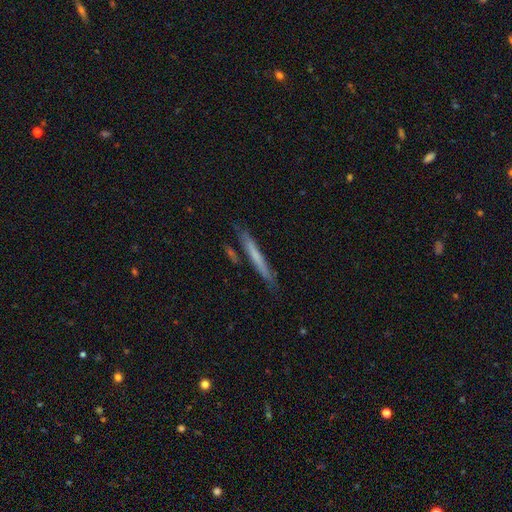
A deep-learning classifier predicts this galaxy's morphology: This appears to be a smooth galaxy with no disk features (54%) that is cigar-shaped (96%). Merging: none (81%).